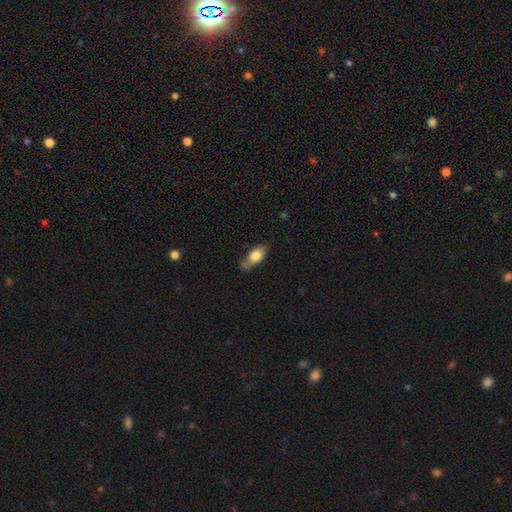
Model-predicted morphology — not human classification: Smooth or featured? smooth (75%)
How rounded? in between (84%)
Merging? none (54%)